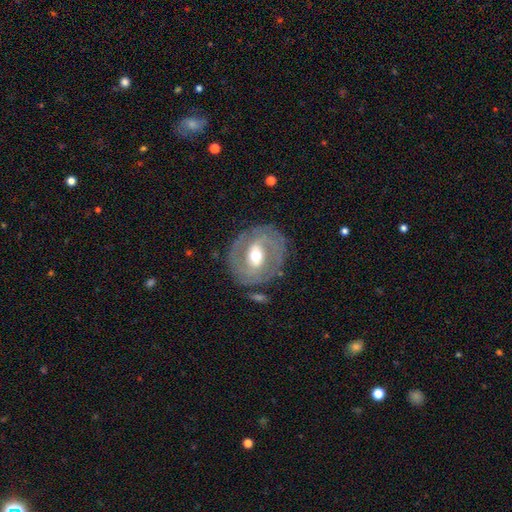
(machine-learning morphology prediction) smooth_or_featured: featured or disk (p=0.81) [alt: smooth p=0.13]
disk_edge_on: no (p=0.96) [alt: yes p=0.04]
bar: weak (p=0.44) [alt: strong p=0.36]
has_spiral_arms: yes (p=0.83) [alt: no p=0.17]
spiral_winding: tight (p=0.58) [alt: medium p=0.32]
spiral_arm_count: 2 (p=0.67) [alt: can't tell p=0.17]
bulge_size: moderate (p=0.72) [alt: small p=0.19]
merging: none (p=0.78) [alt: minor disturbance p=0.14]